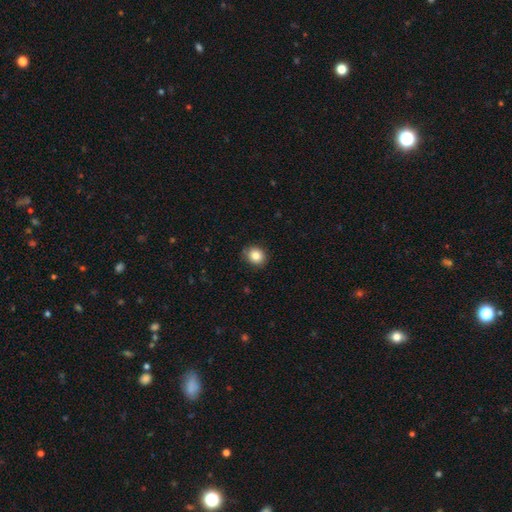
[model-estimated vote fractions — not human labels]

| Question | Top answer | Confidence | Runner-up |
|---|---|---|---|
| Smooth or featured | smooth | 83% | star or artifact (10%) |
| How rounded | round | 75% | in between (24%) |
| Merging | none | 85% | minor disturbance (12%) |